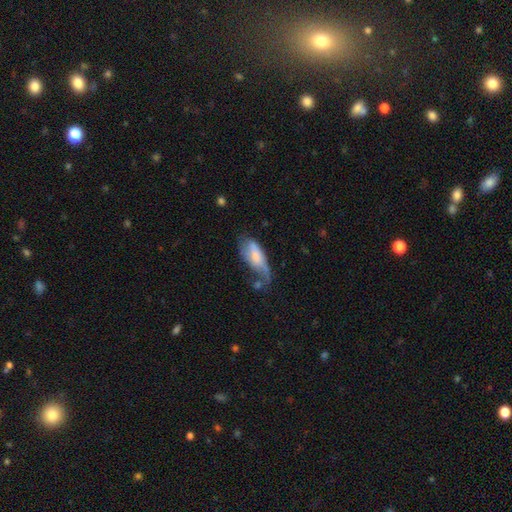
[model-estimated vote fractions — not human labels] Morphology: type=smooth (56%); roundness=in between (82%); merging=minor disturbance (32%).